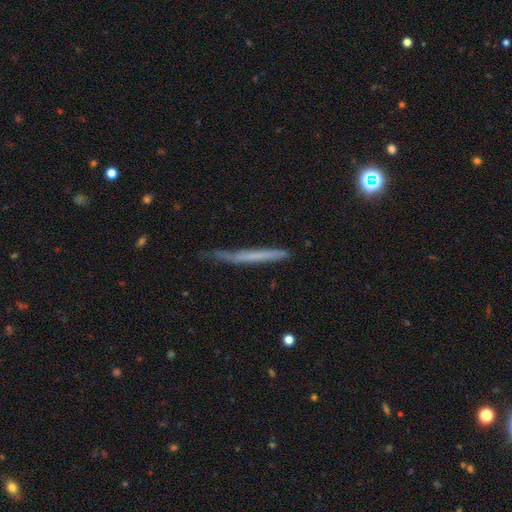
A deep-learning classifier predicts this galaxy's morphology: The model was most divided on "smooth or featured": smooth: 51%, featured or disk: 40%, star or artifact: 8%. More confident: how rounded — cigar-shaped (97%); merging — none (72%).